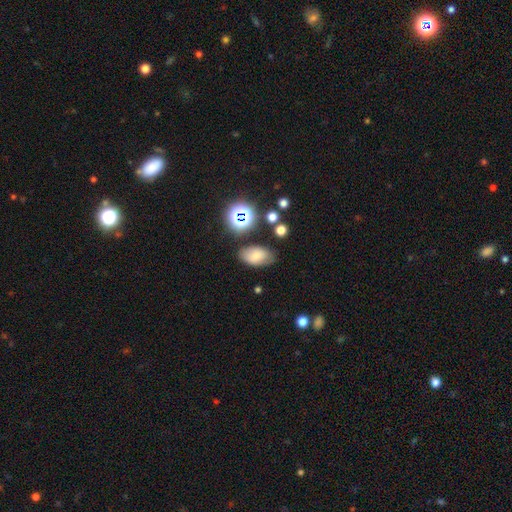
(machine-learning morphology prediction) smooth-or-featured: smooth: 73% | star or artifact: 14% | featured or disk: 13%
  how-rounded: in between: 91% | round: 8% | cigar-shaped: 2%
  merging: none: 76% | minor disturbance: 16% | major disturbance: 4% | merger: 4%